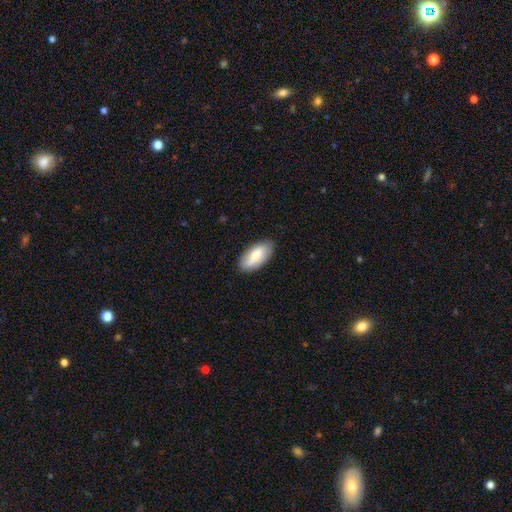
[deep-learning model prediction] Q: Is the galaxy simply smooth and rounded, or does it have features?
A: smooth — 69%.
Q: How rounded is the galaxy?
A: in between — 89%.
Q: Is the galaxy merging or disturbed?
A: none — 83%.